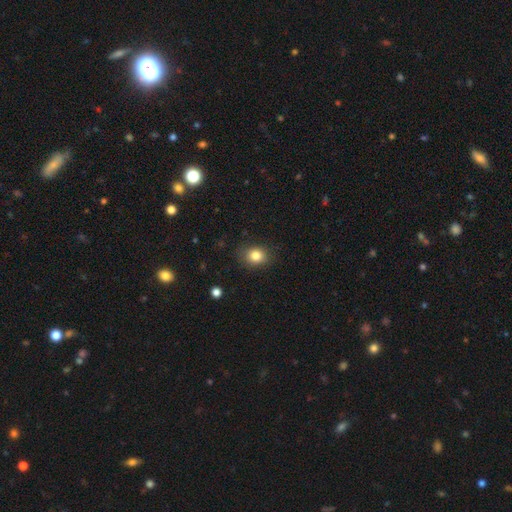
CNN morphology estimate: A smooth galaxy with no disk features (83%) that is round (55%).

Vote fractions:
- Smooth or featured? smooth: 83% / star or artifact: 11% / featured or disk: 7%
- How rounded? round: 55% / in between: 44% / cigar-shaped: 1%
- Merging? none: 83% / minor disturbance: 13% / major disturbance: 3% / merger: 1%